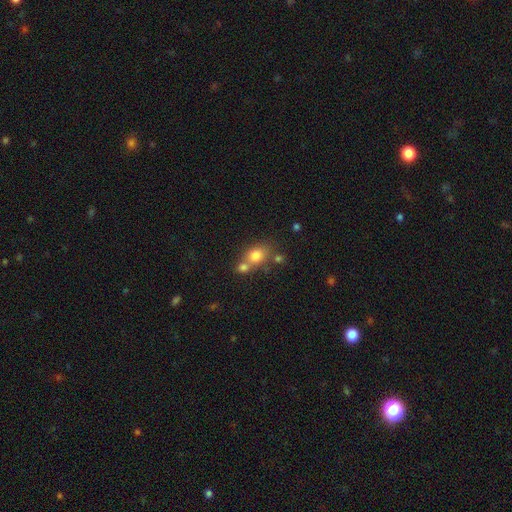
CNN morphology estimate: Smooth or featured? Predicted: smooth (p=0.77). How rounded? Predicted: round (p=0.51). Merging? Predicted: merger (p=0.43).